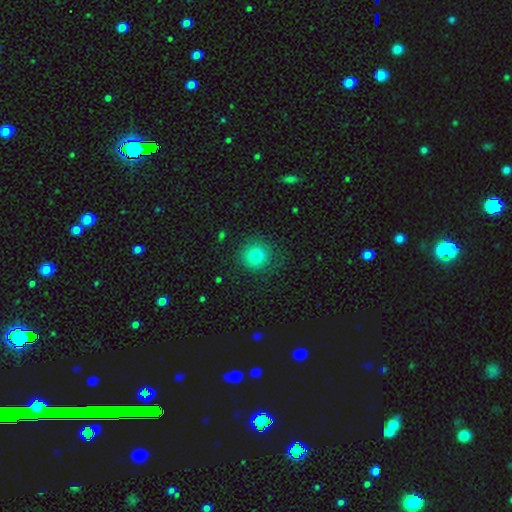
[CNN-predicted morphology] Overall: smooth (79%). How rounded: round (91%). Merging: none (80%).